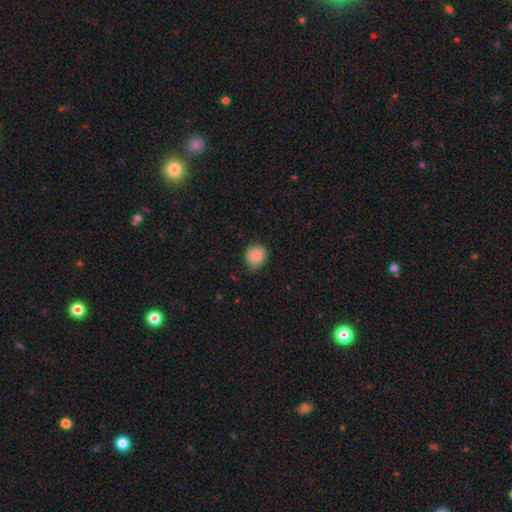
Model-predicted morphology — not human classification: Smooth or featured? smooth (84%)
How rounded? round (75%)
Merging? none (64%)